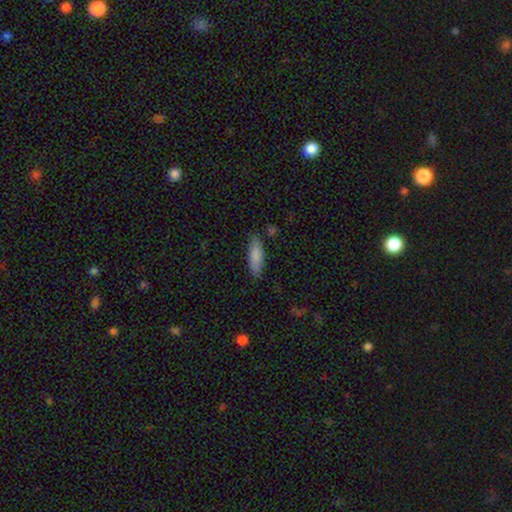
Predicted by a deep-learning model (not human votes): Morphology: type=smooth (85%); roundness=in between (54%); merging=none (82%).